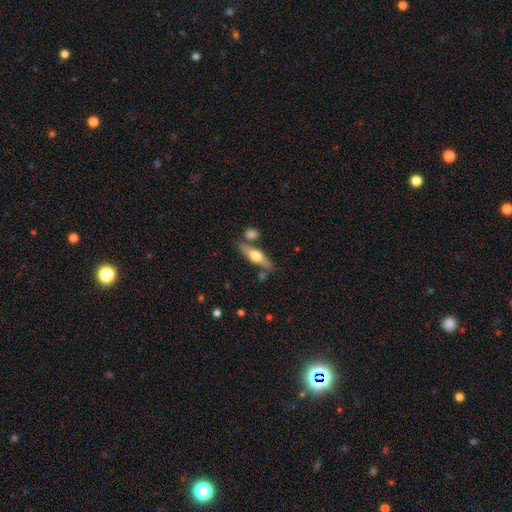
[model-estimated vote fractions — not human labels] Overall: featured or disk (58%; smooth 36%). Edge-on disk: yes (91%). Edge-on bulge: rounded (94%). Merging: none (73%).